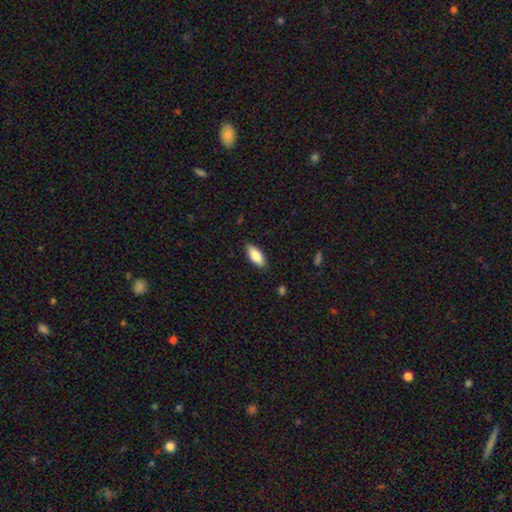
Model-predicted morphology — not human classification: Smooth or featured?
  - smooth: 81% *
  - featured or disk: 13%
  - star or artifact: 6%
How rounded?
  - in between: 82% *
  - cigar-shaped: 16%
  - round: 2%
Merging?
  - none: 87% *
  - minor disturbance: 10%
  - major disturbance: 2%
  - merger: 1%